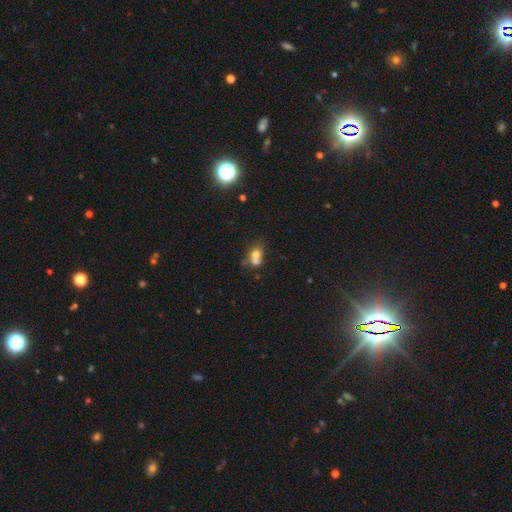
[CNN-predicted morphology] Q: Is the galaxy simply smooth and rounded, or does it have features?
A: smooth — 67%.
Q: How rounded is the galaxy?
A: round — 58%.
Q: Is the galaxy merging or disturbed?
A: merger — 57%.